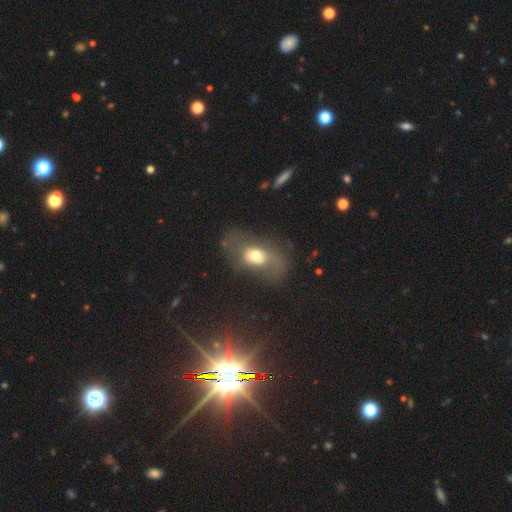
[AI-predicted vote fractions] Smooth or featured?
  - smooth: 53% *
  - featured or disk: 36%
  - star or artifact: 11%
How rounded?
  - in between: 77% *
  - round: 20%
  - cigar-shaped: 3%
Merging?
  - none: 45% *
  - major disturbance: 29%
  - minor disturbance: 22%
  - merger: 4%